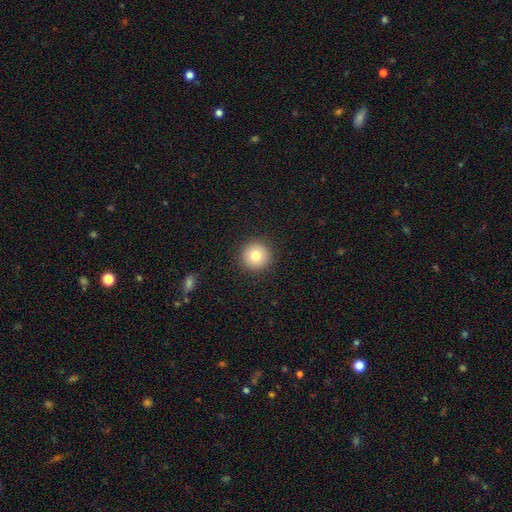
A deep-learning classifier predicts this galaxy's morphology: Smooth or featured?
  - smooth: 79% *
  - star or artifact: 11%
  - featured or disk: 11%
How rounded?
  - round: 96% *
  - in between: 3%
  - cigar-shaped: 1%
Merging?
  - none: 92% *
  - minor disturbance: 5%
  - major disturbance: 2%
  - merger: 1%